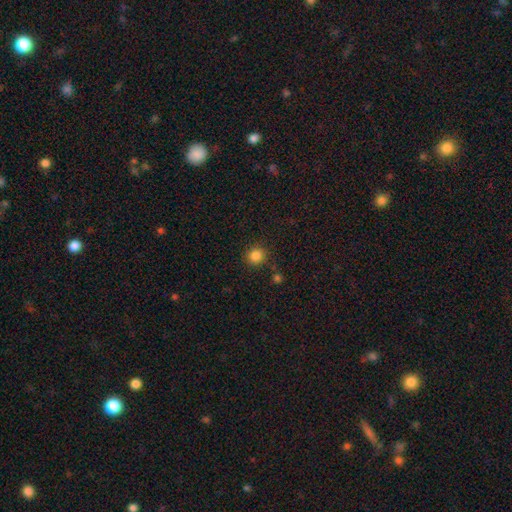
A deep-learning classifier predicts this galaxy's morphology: Smooth or featured? Predicted: smooth (p=0.84). How rounded? Predicted: round (p=0.88). Merging? Predicted: none (p=0.86).